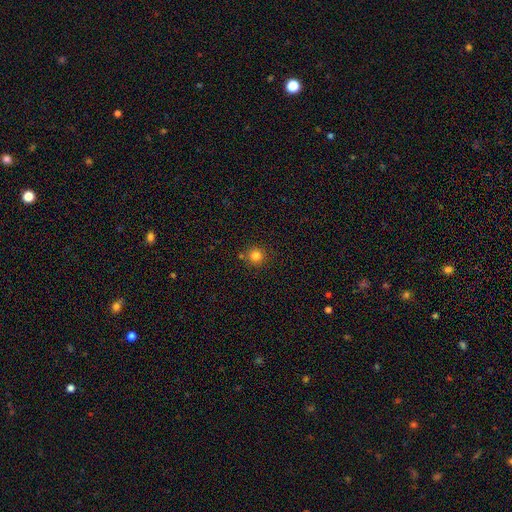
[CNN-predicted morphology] type=smooth (82%); roundness=round (94%); merging=none (80%).